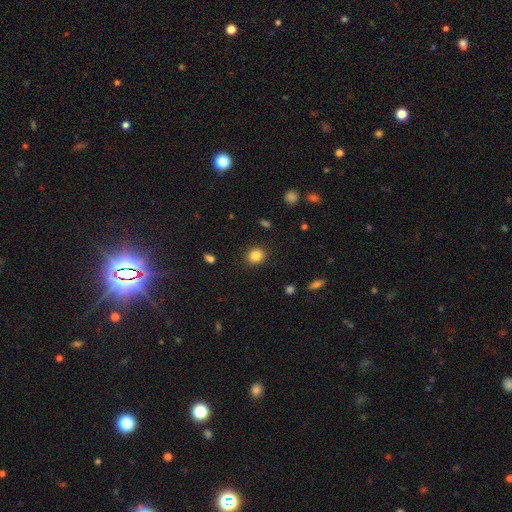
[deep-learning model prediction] This appears to be a smooth galaxy with no disk features (84%) that is round (74%). Merging: none (89%).